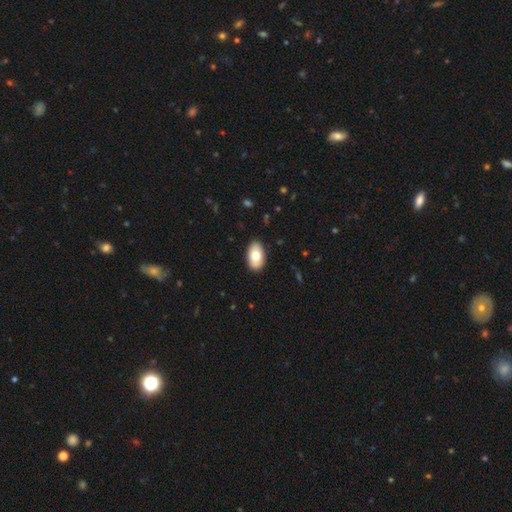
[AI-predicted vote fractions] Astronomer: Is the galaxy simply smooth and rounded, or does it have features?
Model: smooth — 76%.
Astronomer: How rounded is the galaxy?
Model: in between — 94%.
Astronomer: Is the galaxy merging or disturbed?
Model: none — 89%.